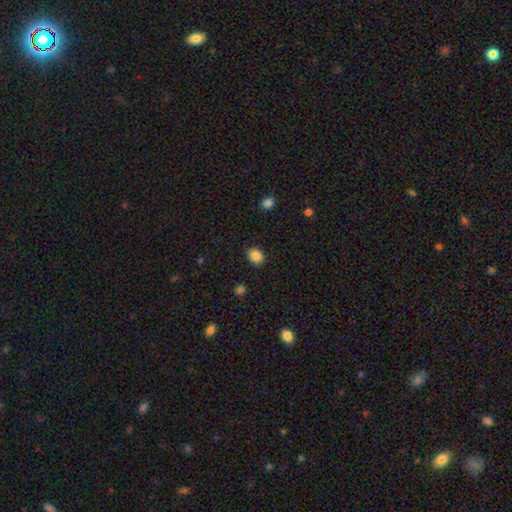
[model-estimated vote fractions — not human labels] smooth-or-featured: smooth: 87% | star or artifact: 10% | featured or disk: 3%
  how-rounded: round: 56% | in between: 44% | cigar-shaped: 1%
  merging: none: 87% | minor disturbance: 9% | major disturbance: 3% | merger: 1%